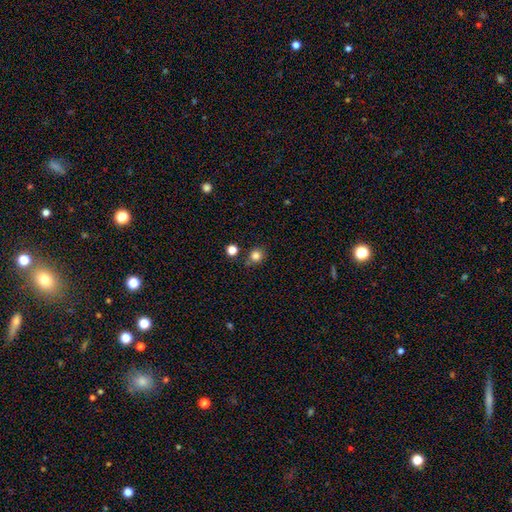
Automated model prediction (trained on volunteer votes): A smooth galaxy with no disk features (83%) that is round (81%).

Vote fractions:
- Smooth or featured? smooth: 83% / star or artifact: 12% / featured or disk: 5%
- How rounded? round: 81% / in between: 18% / cigar-shaped: 1%
- Merging? none: 77% / minor disturbance: 12% / merger: 8% / major disturbance: 3%